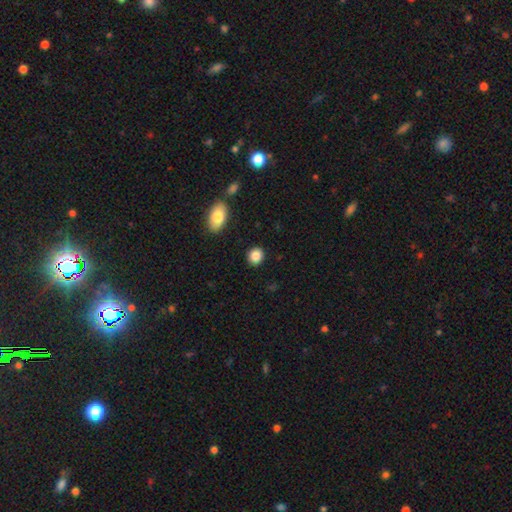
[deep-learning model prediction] Smooth or featured?
  - smooth: 87% *
  - star or artifact: 9%
  - featured or disk: 5%
How rounded?
  - round: 75% *
  - in between: 24%
  - cigar-shaped: 1%
Merging?
  - none: 90% *
  - minor disturbance: 6%
  - major disturbance: 2%
  - merger: 2%